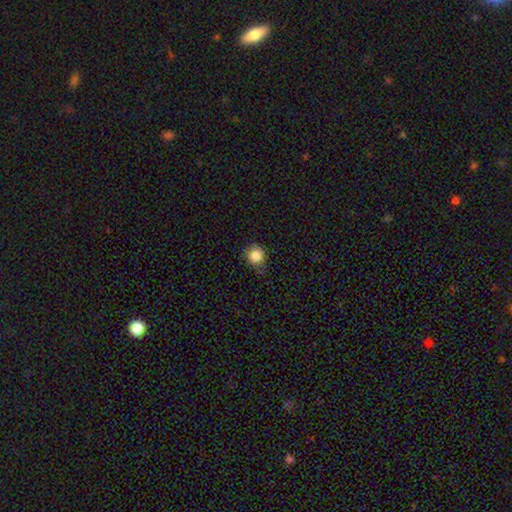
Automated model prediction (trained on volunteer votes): smooth 85%, star or artifact 11%, featured or disk 4%. Down the decision tree: how rounded — round (88%); merging — none (80%).